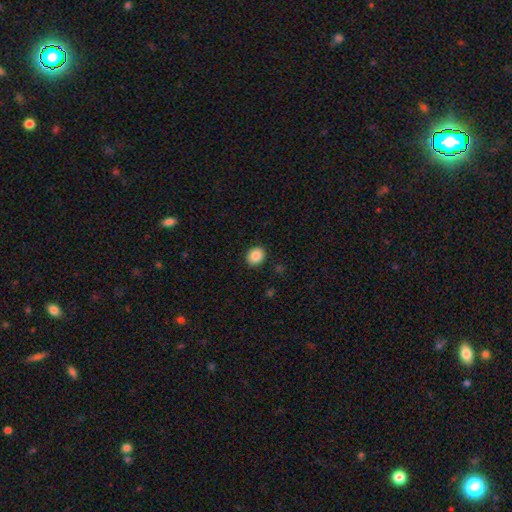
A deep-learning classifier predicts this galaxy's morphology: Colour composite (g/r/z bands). It shows a smooth galaxy with no disk features (87%) that is round (71%). Merging: none (91%).